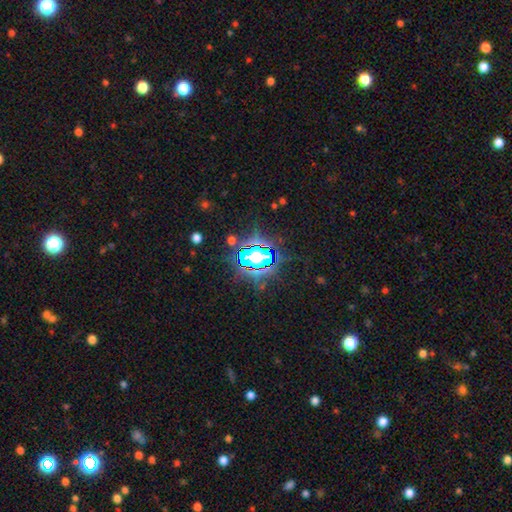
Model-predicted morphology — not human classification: smooth-or-featured: star or artifact: 79% | smooth: 13% | featured or disk: 8%